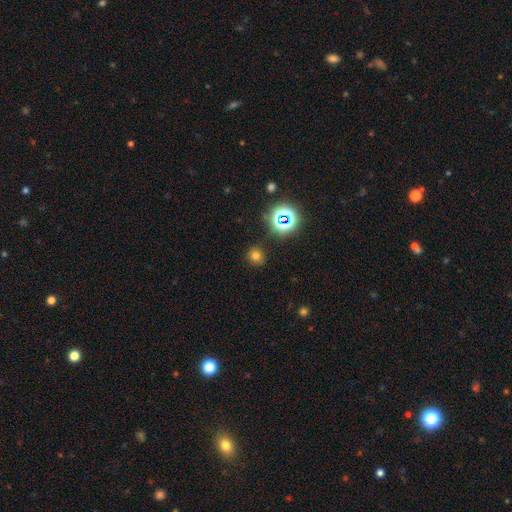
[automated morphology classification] Smooth or featured: smooth — 68% (star or artifact — 25%)
How rounded: round — 87% (in between — 12%)
Merging: none — 85% (minor disturbance — 10%)